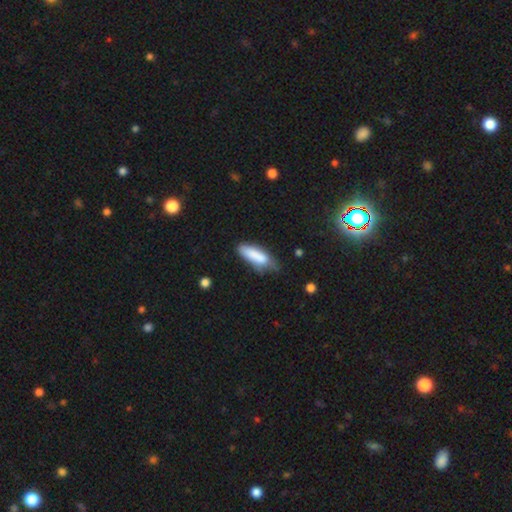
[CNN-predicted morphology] Q: Smooth or featured?
A: smooth (80%); runner-up: featured or disk (13%)
Q: How rounded?
A: in between (52%); runner-up: cigar-shaped (46%)
Q: Merging?
A: none (45%); runner-up: minor disturbance (37%)